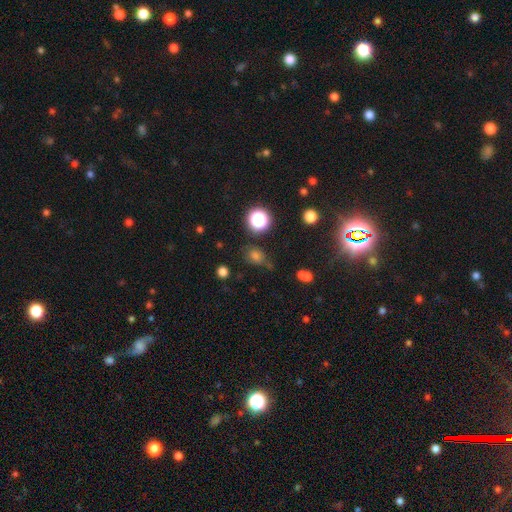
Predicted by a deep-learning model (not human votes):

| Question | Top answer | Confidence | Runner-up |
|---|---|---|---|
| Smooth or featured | smooth | 61% | star or artifact (31%) |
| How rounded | round | 58% | in between (41%) |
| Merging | none | 70% | minor disturbance (18%) |